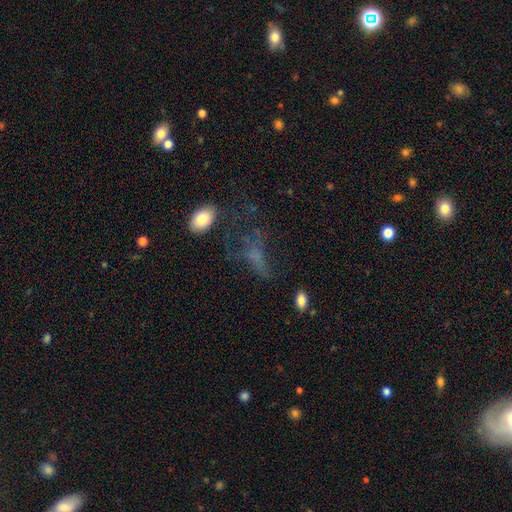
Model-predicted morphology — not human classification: Q: Smooth or featured?
A: smooth (47%); runner-up: featured or disk (30%)
Q: Merging?
A: major disturbance (42%); runner-up: none (35%)